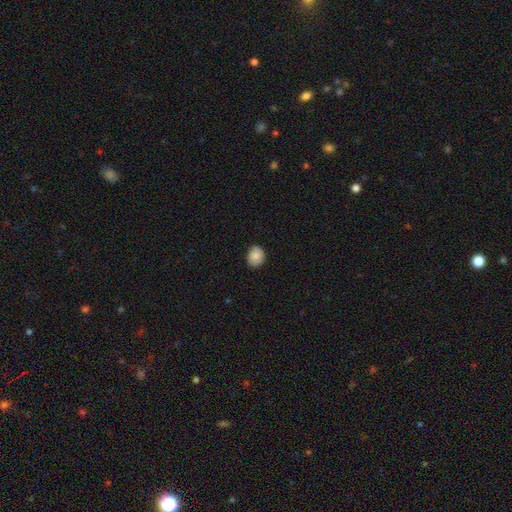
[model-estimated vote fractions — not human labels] This appears to be a smooth galaxy with no disk features (84%) that is round (61%). Merging: none (82%).